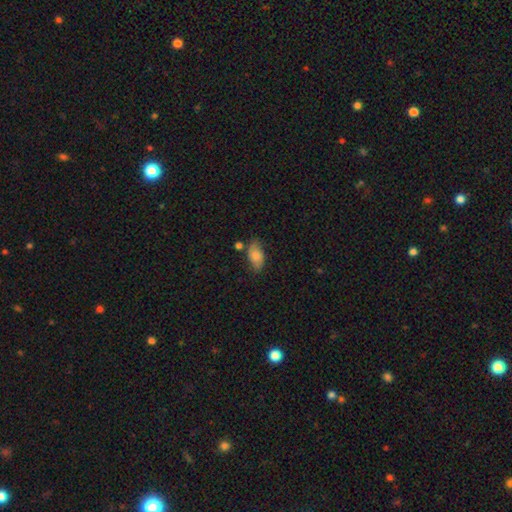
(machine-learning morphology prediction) smooth 79%, featured or disk 13%, star or artifact 7%. Down the decision tree: how rounded — in between (92%); merging — none (70%).